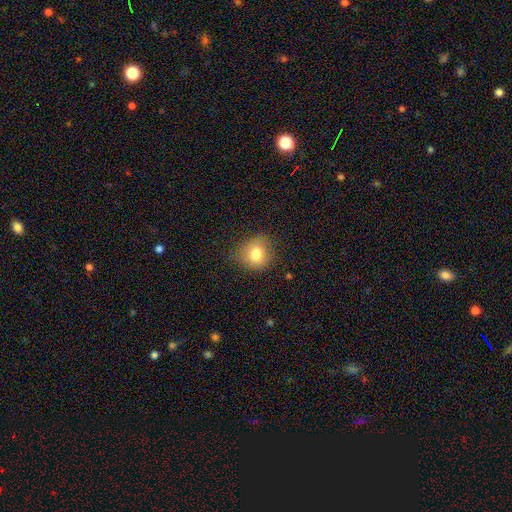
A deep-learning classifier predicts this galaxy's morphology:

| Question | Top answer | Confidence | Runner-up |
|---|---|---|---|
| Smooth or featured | smooth | 80% | star or artifact (10%) |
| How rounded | round | 70% | in between (29%) |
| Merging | none | 65% | minor disturbance (25%) |